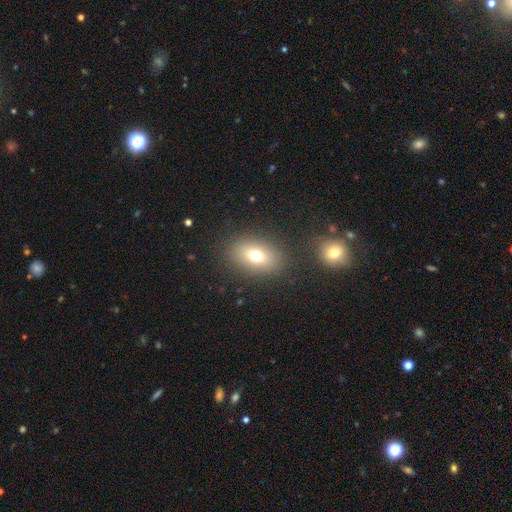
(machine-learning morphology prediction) smooth-or-featured: smooth: 71% | featured or disk: 16% | star or artifact: 13%
  how-rounded: in between: 78% | round: 20% | cigar-shaped: 2%
  merging: none: 84% | minor disturbance: 9% | major disturbance: 4% | merger: 3%